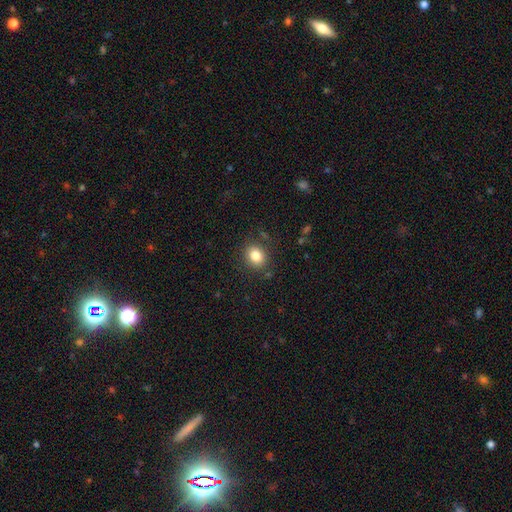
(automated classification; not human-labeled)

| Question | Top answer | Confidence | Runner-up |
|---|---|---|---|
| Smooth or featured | smooth | 82% | star or artifact (11%) |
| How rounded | round | 58% | in between (41%) |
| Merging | none | 85% | minor disturbance (10%) |